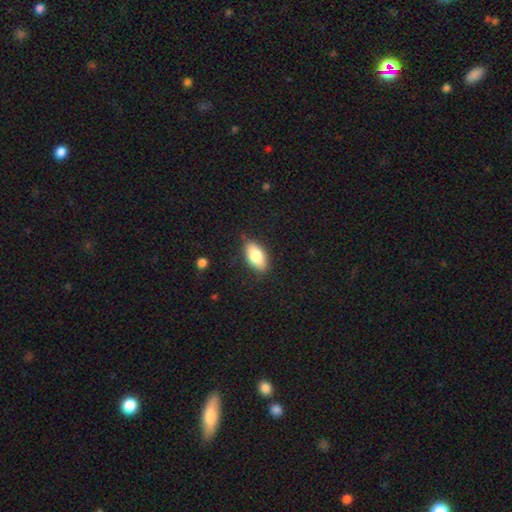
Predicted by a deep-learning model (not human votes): smooth 79%, featured or disk 14%, star or artifact 7%. Down the decision tree: how rounded — in between (88%); merging — none (82%).